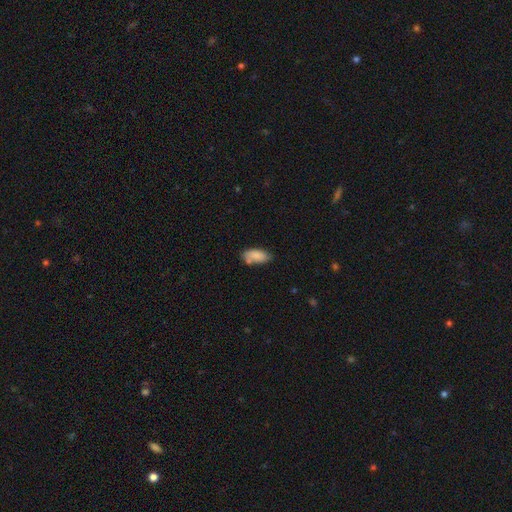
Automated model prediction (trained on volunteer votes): Smooth or featured?
  - smooth: 84% *
  - featured or disk: 9%
  - star or artifact: 7%
How rounded?
  - in between: 88% *
  - cigar-shaped: 9%
  - round: 2%
Merging?
  - none: 63% *
  - minor disturbance: 22%
  - merger: 10%
  - major disturbance: 5%